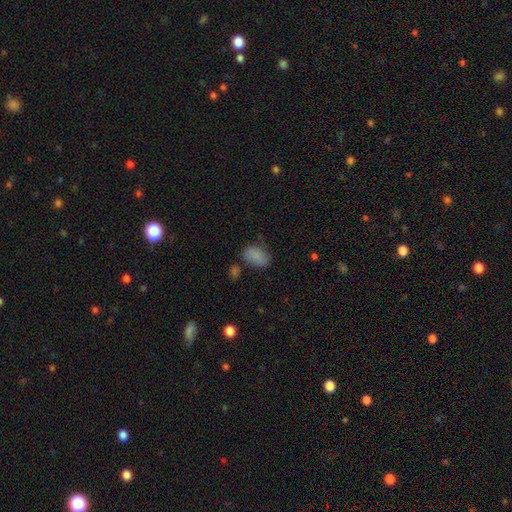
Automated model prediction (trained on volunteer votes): Q: Smooth or featured?
A: smooth (82%); runner-up: star or artifact (10%)
Q: How rounded?
A: in between (88%); runner-up: round (11%)
Q: Merging?
A: none (59%); runner-up: minor disturbance (24%)